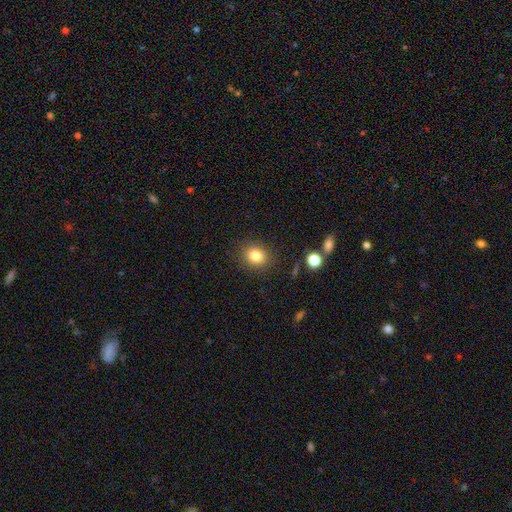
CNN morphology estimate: Q: Smooth or featured?
A: smooth (82%); runner-up: star or artifact (11%)
Q: How rounded?
A: round (67%); runner-up: in between (32%)
Q: Merging?
A: none (86%); runner-up: minor disturbance (9%)